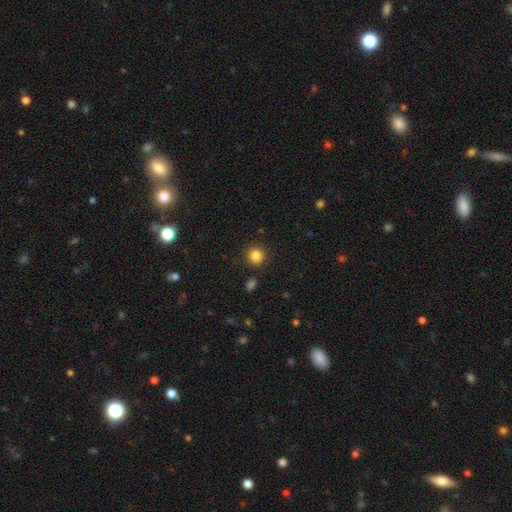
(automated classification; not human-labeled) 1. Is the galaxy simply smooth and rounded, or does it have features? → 84% smooth, 11% star or artifact, 5% featured or disk.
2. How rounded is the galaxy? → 92% round, 7% in between, 1% cigar-shaped.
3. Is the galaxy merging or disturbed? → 89% none, 7% minor disturbance, 2% major disturbance, 2% merger.